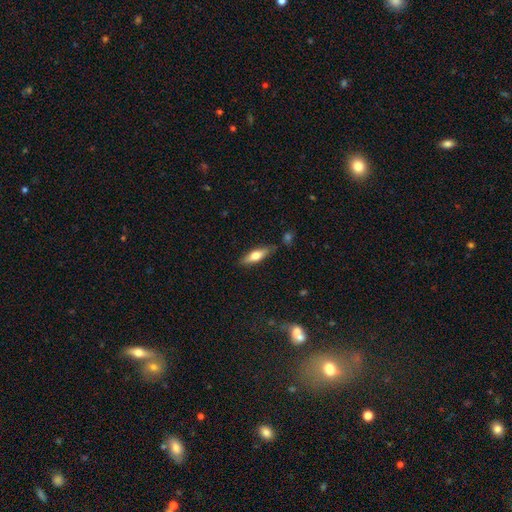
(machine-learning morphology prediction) Q: Smooth or featured?
A: smooth (62%); runner-up: featured or disk (31%)
Q: How rounded?
A: cigar-shaped (53%); runner-up: in between (45%)
Q: Merging?
A: none (81%); runner-up: minor disturbance (13%)